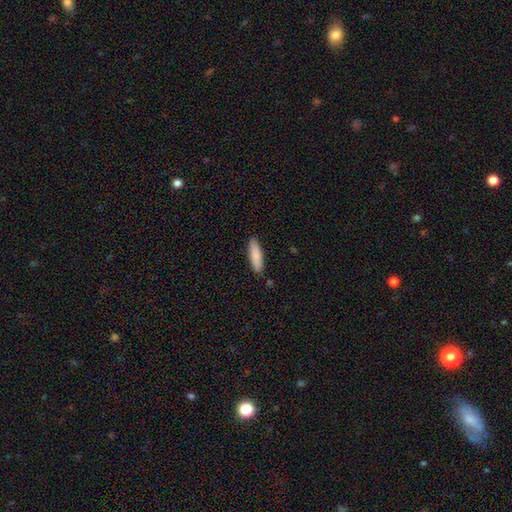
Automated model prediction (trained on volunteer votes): Overall: smooth (86%). How rounded: cigar-shaped (62%; in between 36%). Merging: none (87%).